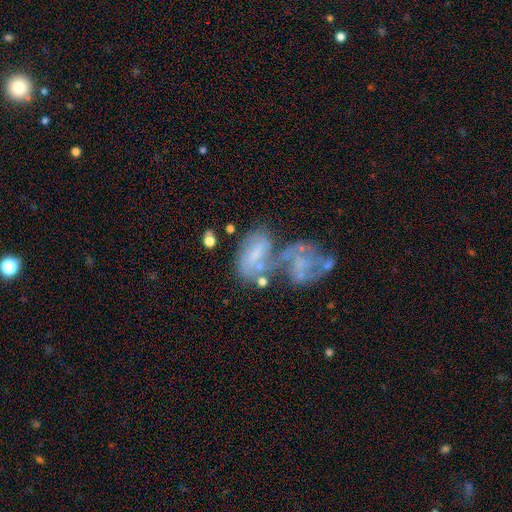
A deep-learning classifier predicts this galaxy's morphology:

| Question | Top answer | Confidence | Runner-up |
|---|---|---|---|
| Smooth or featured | featured or disk | 55% | smooth (34%) |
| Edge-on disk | no | 96% | yes (4%) |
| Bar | no | 54% | weak (30%) |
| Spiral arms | no | 59% | yes (41%) |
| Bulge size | none | 47% | small (28%) |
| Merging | merger | 49% | none (21%) |